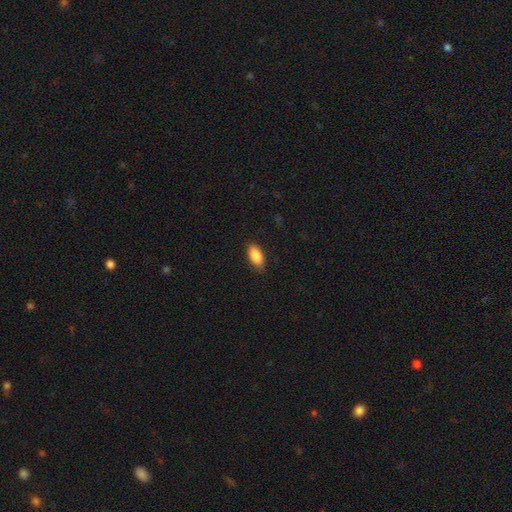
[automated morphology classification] This appears to be a smooth galaxy with no disk features (88%) that is in between round and cigar-shaped (90%). Merging: none (84%).